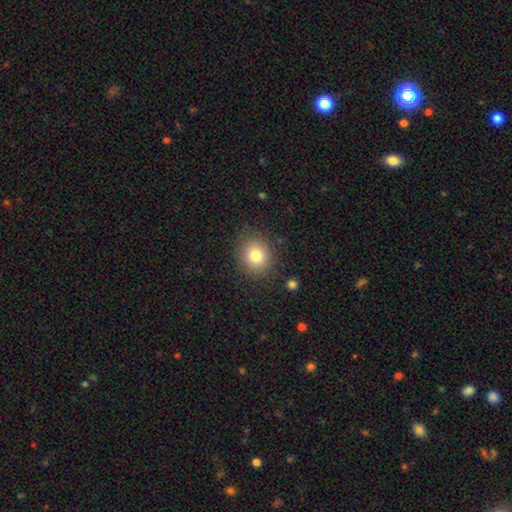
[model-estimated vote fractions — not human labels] Smooth or featured: smooth — 79% (star or artifact — 11%)
How rounded: round — 78% (in between — 21%)
Merging: none — 85% (minor disturbance — 10%)